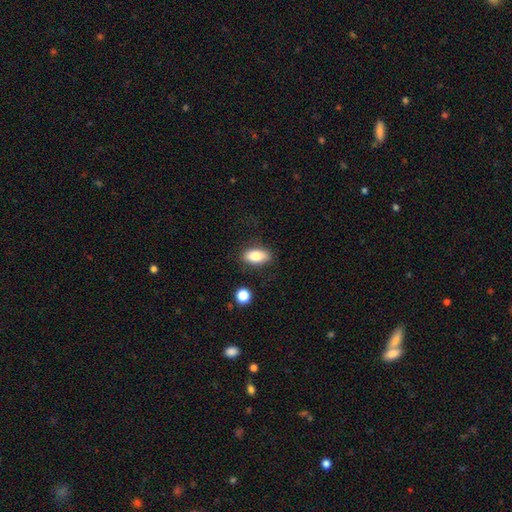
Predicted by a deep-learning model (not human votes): This is clearly a smooth galaxy (82%). How rounded: clearly in between (88%). Merging: clearly none (83%).